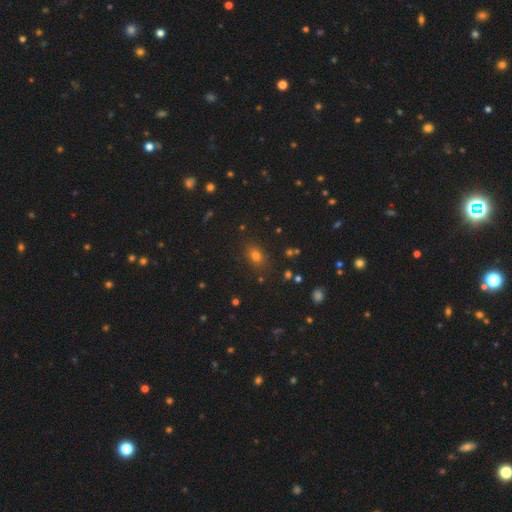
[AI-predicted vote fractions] Q: Smooth or featured?
A: smooth (71%); runner-up: star or artifact (22%)
Q: How rounded?
A: in between (61%); runner-up: round (37%)
Q: Merging?
A: none (84%); runner-up: minor disturbance (10%)